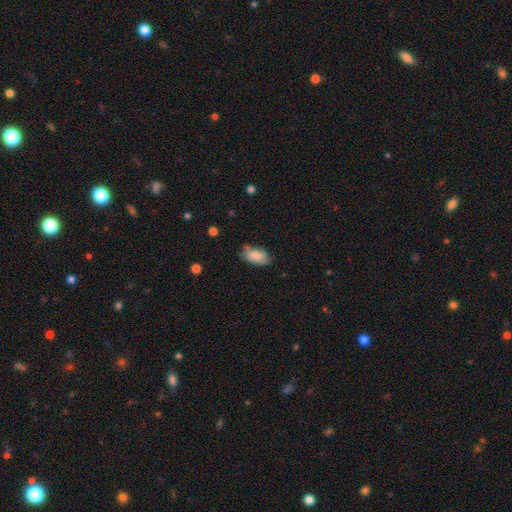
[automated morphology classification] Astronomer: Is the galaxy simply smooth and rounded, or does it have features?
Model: smooth — 84%.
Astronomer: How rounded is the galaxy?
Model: in between — 93%.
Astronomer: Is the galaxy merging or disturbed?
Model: none — 65%.